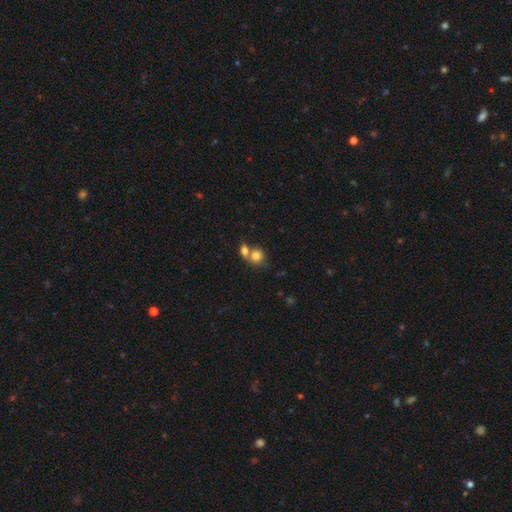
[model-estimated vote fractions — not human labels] Smooth or featured: smooth — 80% (featured or disk — 11%)
How rounded: round — 76% (in between — 23%)
Merging: merger — 57% (none — 32%)